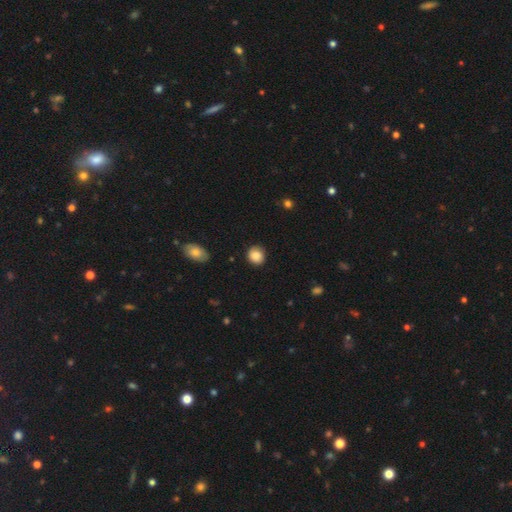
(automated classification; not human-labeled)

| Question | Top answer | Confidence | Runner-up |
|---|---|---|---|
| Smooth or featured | smooth | 87% | star or artifact (8%) |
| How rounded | round | 82% | in between (17%) |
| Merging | none | 85% | minor disturbance (11%) |